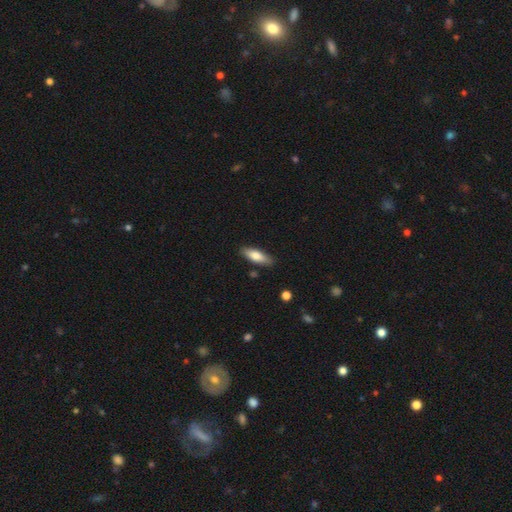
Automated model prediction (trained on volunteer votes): smooth-or-featured: smooth: 74% | featured or disk: 21% | star or artifact: 6%
  how-rounded: in between: 51% | cigar-shaped: 47% | round: 2%
  merging: none: 85% | minor disturbance: 11% | major disturbance: 2% | merger: 2%